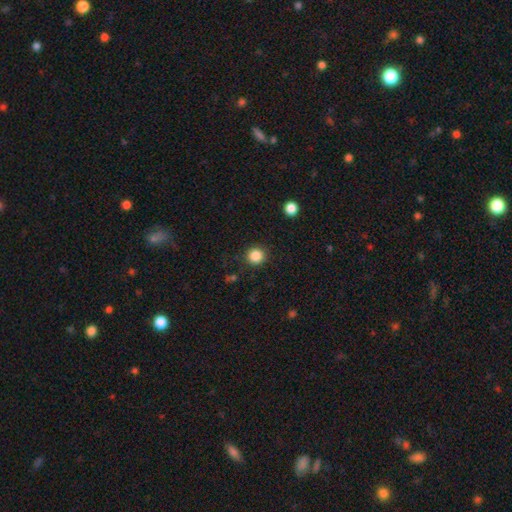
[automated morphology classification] A smooth galaxy with no disk features (85%) that is round (92%). Merging: none (89%).